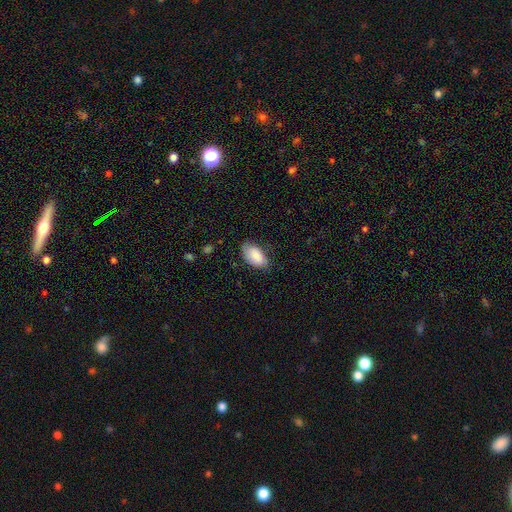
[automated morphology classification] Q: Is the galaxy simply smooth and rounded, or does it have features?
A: smooth — 82%.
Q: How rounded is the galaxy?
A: in between — 94%.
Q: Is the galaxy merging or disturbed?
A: none — 63%.